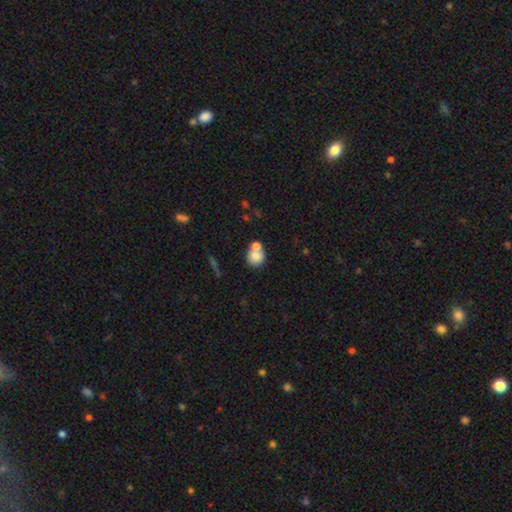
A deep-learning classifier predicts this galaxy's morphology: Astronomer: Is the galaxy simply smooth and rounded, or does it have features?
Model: smooth — 79%.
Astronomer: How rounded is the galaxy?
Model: round — 78%.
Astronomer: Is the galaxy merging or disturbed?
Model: none — 46% (runner-up: merger, 39%).